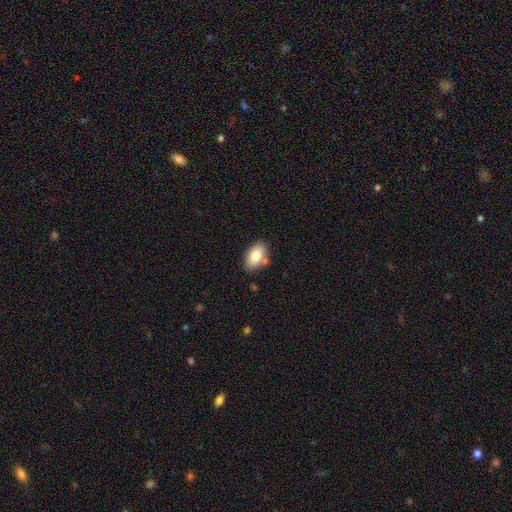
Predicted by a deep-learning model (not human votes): smooth 81%, featured or disk 12%, star or artifact 7%. Down the decision tree: how rounded — in between (91%); merging — none (78%).